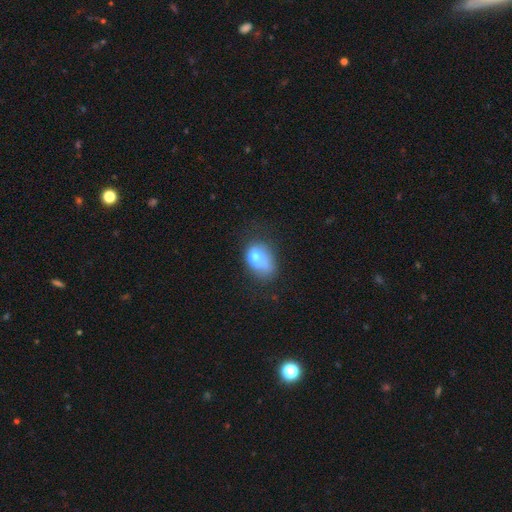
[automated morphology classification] smooth 70%, featured or disk 20%, star or artifact 10%. Down the decision tree: how rounded — in between (76%); merging — minor disturbance (32%).